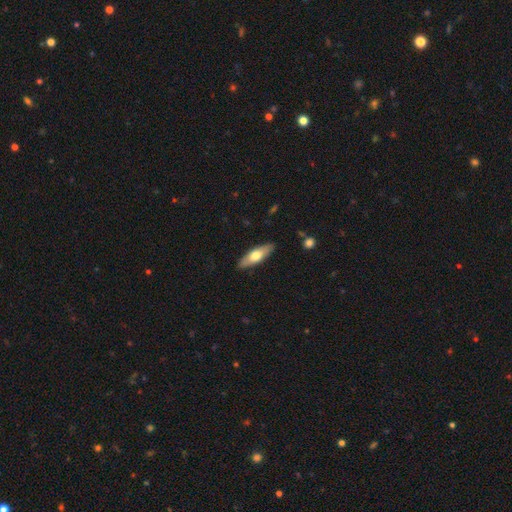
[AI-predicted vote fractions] Overall: smooth (59%; featured or disk 35%). How rounded: in between (53%; cigar-shaped 45%). Merging: none (88%).